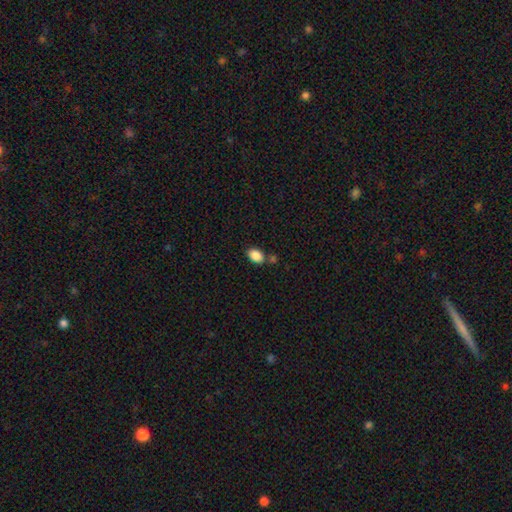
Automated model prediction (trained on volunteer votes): Smooth or featured? smooth (88%)
How rounded? in between (85%)
Merging? none (68%)